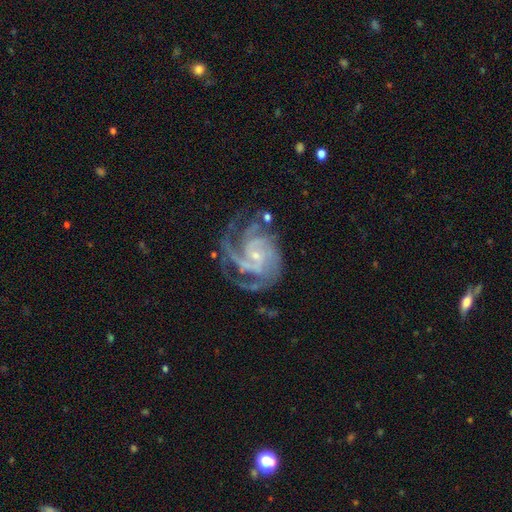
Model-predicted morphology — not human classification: Smooth or featured? featured or disk (90%)
Edge-on disk? no (98%)
Bar? no (58%)
Spiral arms? yes (98%)
Spiral winding? tight (54%)
Spiral arm count? 3 (36%)
Bulge size? small (77%)
Merging? none (60%)